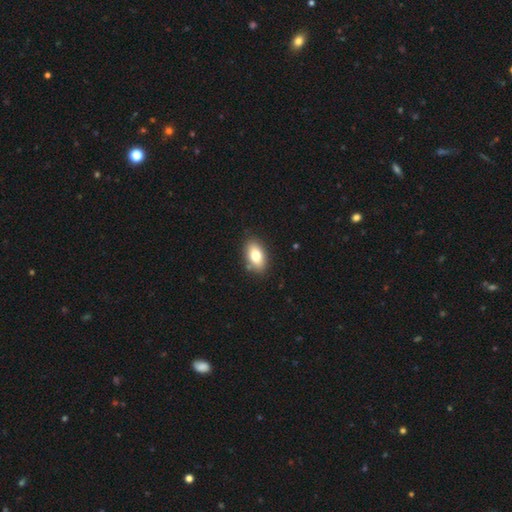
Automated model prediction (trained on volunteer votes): A smooth galaxy with no disk features (77%) that is in between round and cigar-shaped (90%). Merging: none (85%).